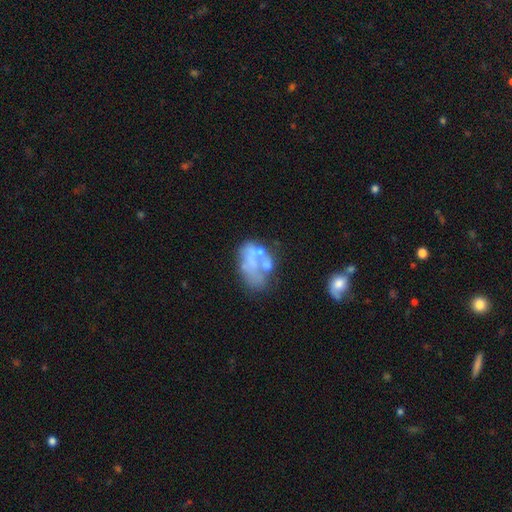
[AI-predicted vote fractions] Smooth or featured? featured or disk (57%)
Edge-on disk? no (98%)
Bar? no (91%)
Spiral arms? no (92%)
Bulge size? none (73%)
Merging? none (30%)